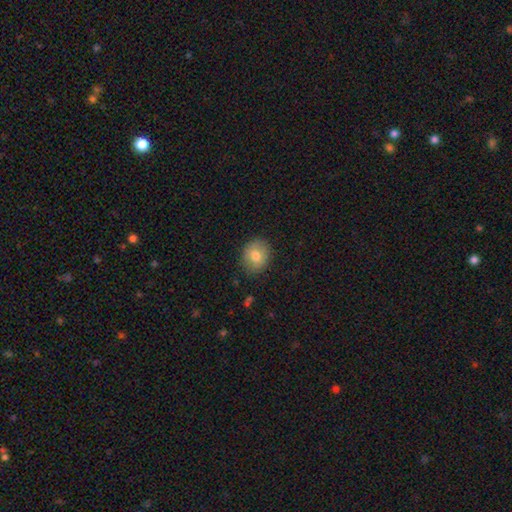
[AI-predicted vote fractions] The model was most divided on "how rounded": round: 61%, in between: 38%, cigar-shaped: 1%. More confident: merging — none (86%); smooth or featured — smooth (77%).